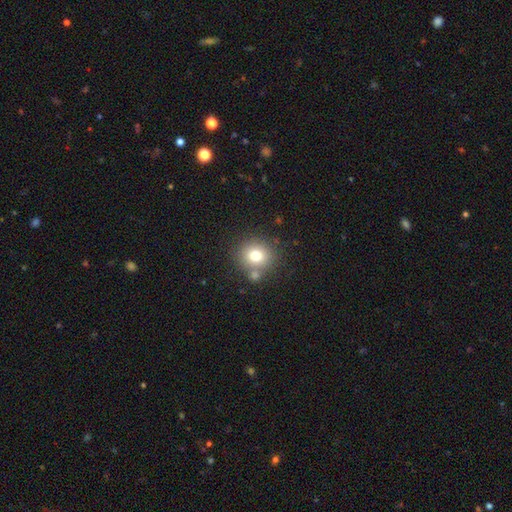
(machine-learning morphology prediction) A smooth galaxy with no disk features (75%) that is round (86%). Merging: none (73%).